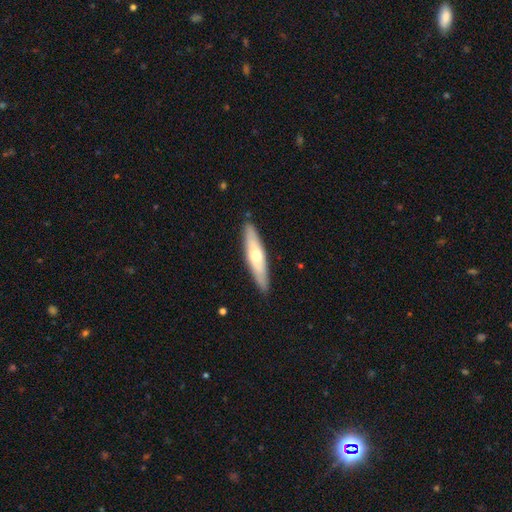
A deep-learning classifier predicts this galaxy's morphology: A smooth galaxy with no disk features (48%). Merging: none (89%).